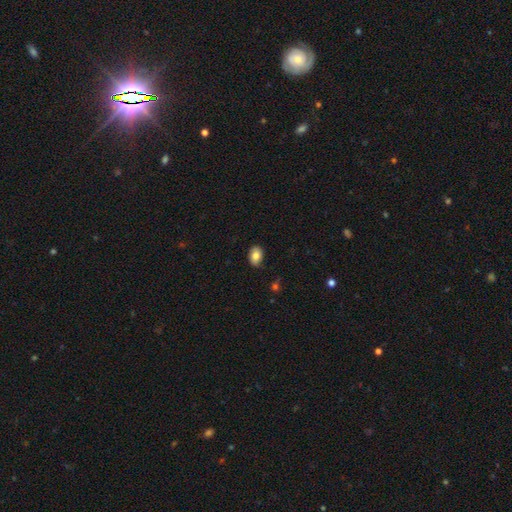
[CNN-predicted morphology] smooth_or_featured: smooth (p=0.83) [alt: featured or disk p=0.10]
how_rounded: in between (p=0.86) [alt: round p=0.13]
merging: none (p=0.87) [alt: minor disturbance p=0.10]